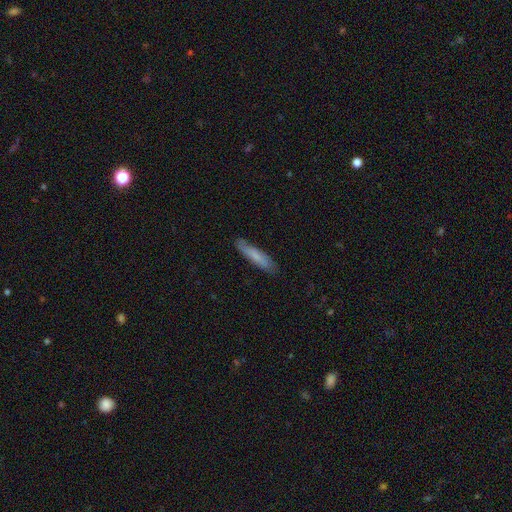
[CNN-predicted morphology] Smooth or featured?
  - smooth: 71% *
  - featured or disk: 23%
  - star or artifact: 6%
How rounded?
  - cigar-shaped: 85% *
  - in between: 14%
  - round: 1%
Merging?
  - none: 84% *
  - minor disturbance: 12%
  - major disturbance: 2%
  - merger: 1%